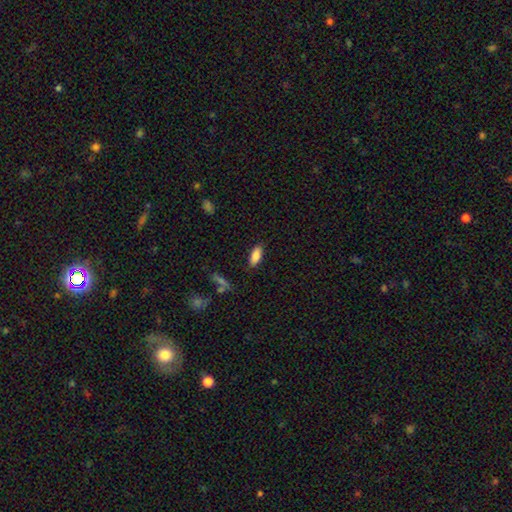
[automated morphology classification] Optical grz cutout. It shows a smooth galaxy with no disk features (85%) that is in between round and cigar-shaped (81%). Merging: none (86%).